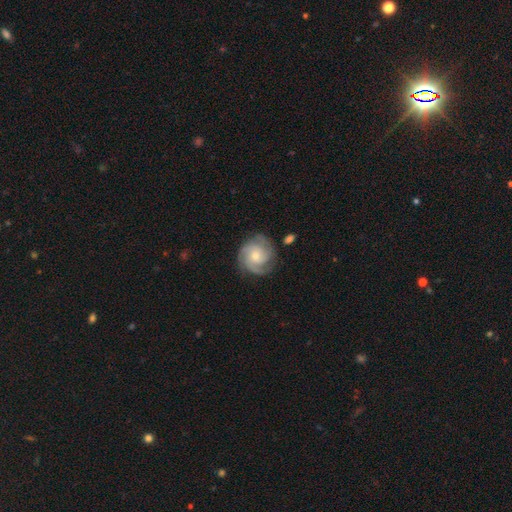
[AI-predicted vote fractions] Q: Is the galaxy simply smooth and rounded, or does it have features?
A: featured or disk — 79%.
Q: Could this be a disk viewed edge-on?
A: no — 98%.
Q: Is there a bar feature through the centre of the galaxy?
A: no — 76%.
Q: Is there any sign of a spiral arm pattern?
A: yes — 96%.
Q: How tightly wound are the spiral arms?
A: tight — 55%.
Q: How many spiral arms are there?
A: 3 — 51%.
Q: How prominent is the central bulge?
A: small — 56%.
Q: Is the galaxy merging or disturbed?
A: none — 78%.